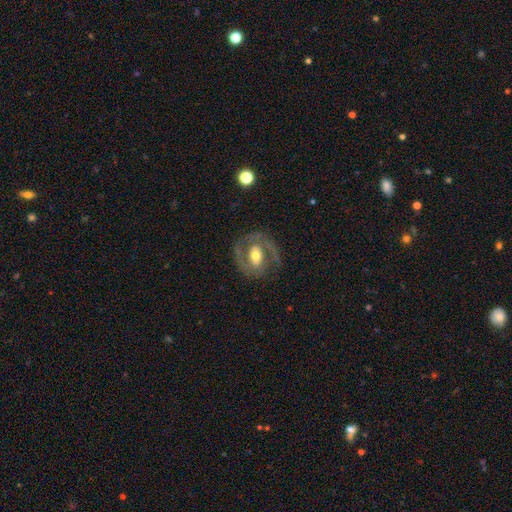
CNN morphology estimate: Smooth or featured? Predicted: featured or disk (p=0.79). Edge-on disk? Predicted: no (p=0.96). Bar? Predicted: weak (p=0.38). Spiral arms? Predicted: yes (p=0.83). Spiral winding? Predicted: medium (p=0.49). Spiral arm count? Predicted: 2 (p=0.85). Bulge size? Predicted: moderate (p=0.66). Merging? Predicted: none (p=0.76).